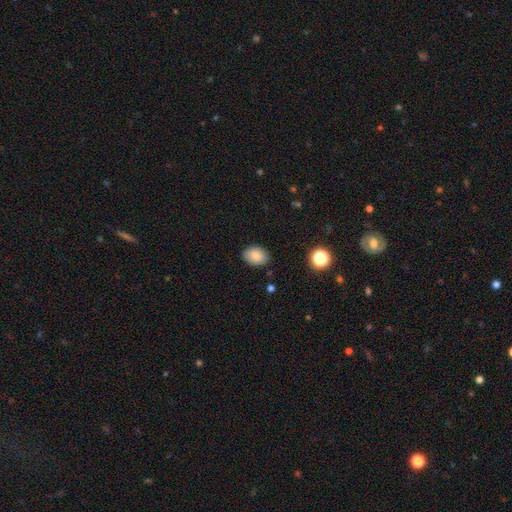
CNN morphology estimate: A smooth galaxy with no disk features (84%) that is in between round and cigar-shaped (78%). Merging: none (86%).